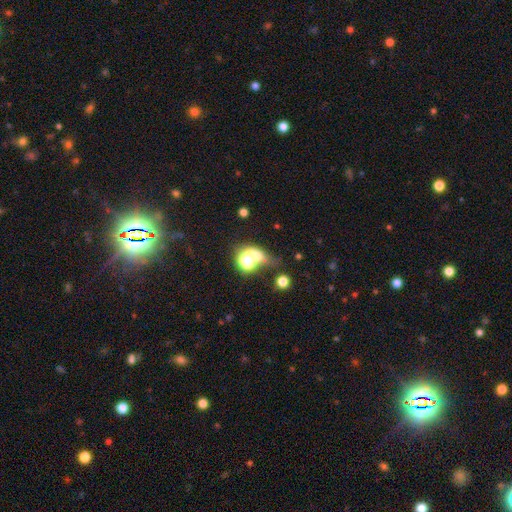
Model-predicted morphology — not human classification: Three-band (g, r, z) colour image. It shows a smooth galaxy with no disk features (46%). Merging: none (42%).